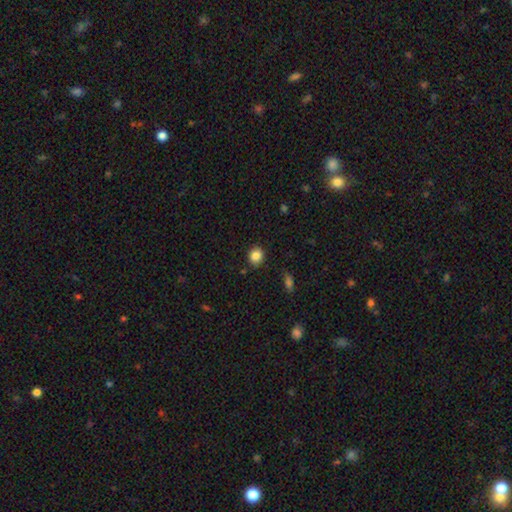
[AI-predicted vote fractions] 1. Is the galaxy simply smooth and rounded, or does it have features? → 85% smooth, 10% star or artifact, 5% featured or disk.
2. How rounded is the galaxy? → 78% round, 21% in between, 1% cigar-shaped.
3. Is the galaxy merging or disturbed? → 87% none, 9% minor disturbance, 2% major disturbance, 2% merger.